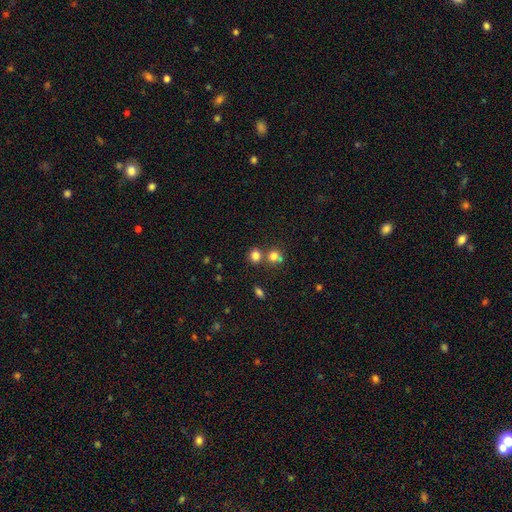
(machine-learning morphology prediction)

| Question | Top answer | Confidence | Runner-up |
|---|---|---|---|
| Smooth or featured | smooth | 79% | star or artifact (13%) |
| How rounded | round | 75% | in between (23%) |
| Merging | none | 58% | merger (29%) |